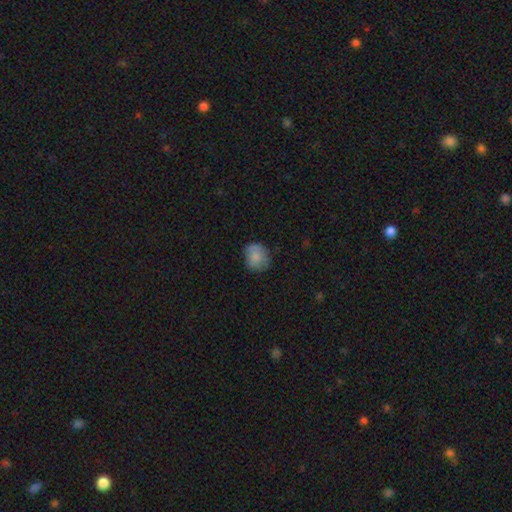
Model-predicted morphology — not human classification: Overall: smooth (77%). How rounded: round (72%). Merging: none (68%).